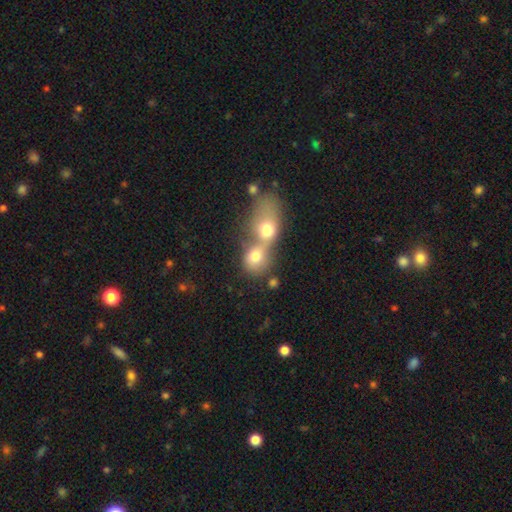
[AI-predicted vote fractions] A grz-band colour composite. It shows a smooth galaxy with no disk features (69%) that is round (56%). Merging: merger (78%).